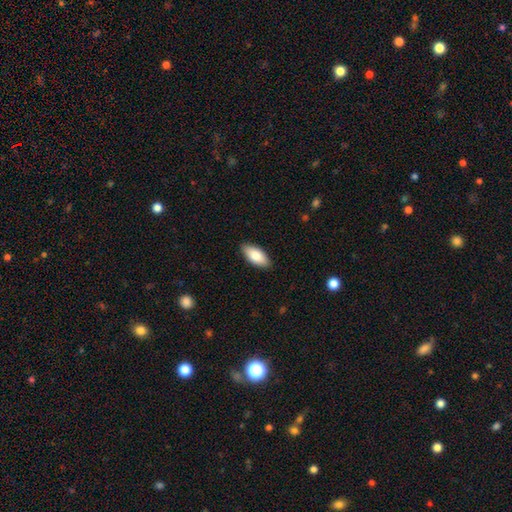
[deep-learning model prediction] Q: Smooth or featured?
A: smooth (82%); runner-up: featured or disk (12%)
Q: How rounded?
A: in between (88%); runner-up: cigar-shaped (10%)
Q: Merging?
A: none (89%); runner-up: minor disturbance (9%)